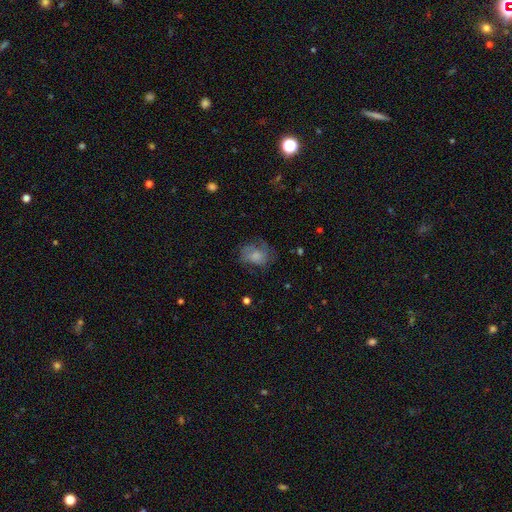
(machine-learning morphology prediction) Smooth or featured? smooth (60%)
How rounded? in between (53%)
Merging? none (52%)